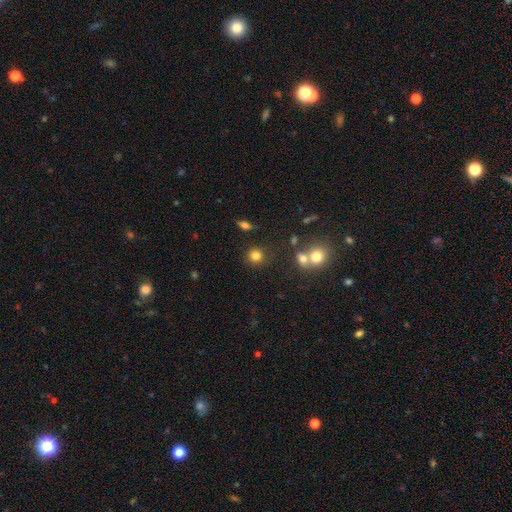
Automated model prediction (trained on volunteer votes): smooth 80%, star or artifact 13%, featured or disk 6%. Down the decision tree: how rounded — round (89%); merging — none (83%).